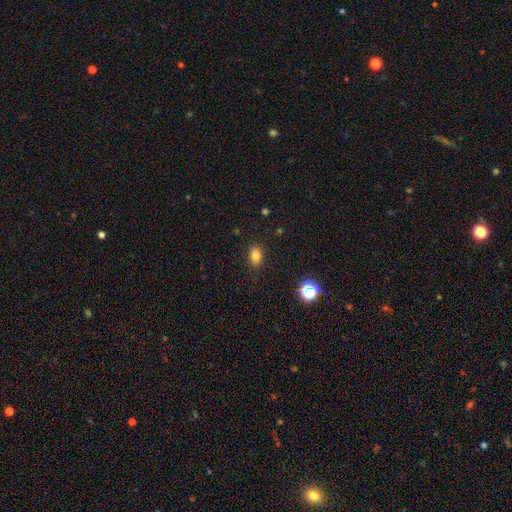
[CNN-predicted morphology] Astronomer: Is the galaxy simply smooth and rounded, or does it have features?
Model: smooth — 81%.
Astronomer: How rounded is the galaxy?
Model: in between — 75%.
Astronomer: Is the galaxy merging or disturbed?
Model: none — 87%.